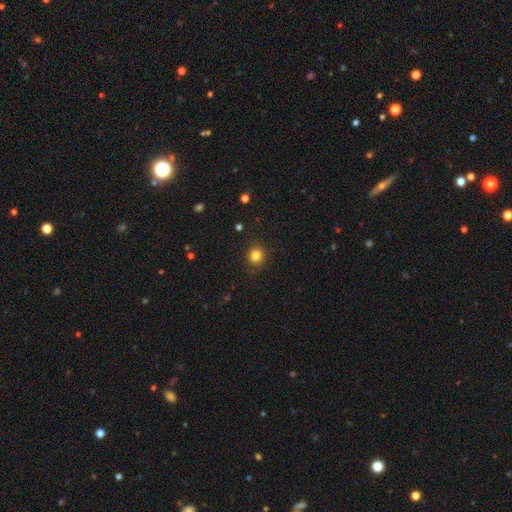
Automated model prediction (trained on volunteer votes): smooth-or-featured: smooth: 83% | star or artifact: 12% | featured or disk: 5%
  how-rounded: round: 89% | in between: 10% | cigar-shaped: 1%
  merging: none: 89% | minor disturbance: 8% | major disturbance: 2% | merger: 1%